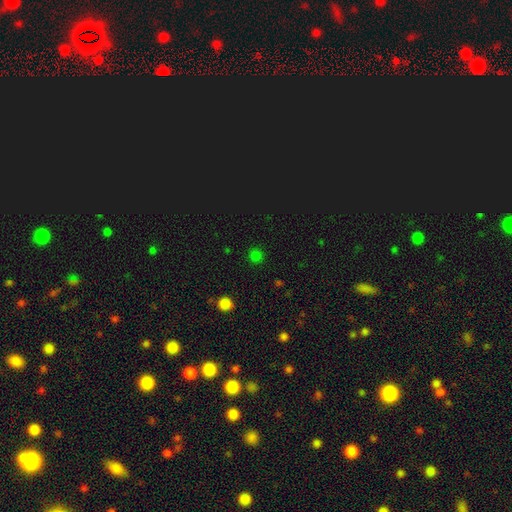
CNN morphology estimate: Overall: smooth (70%). How rounded: round (92%). Merging: none (89%).